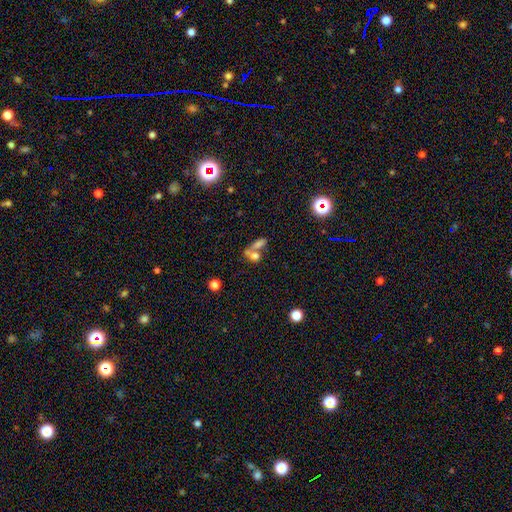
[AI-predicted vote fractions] Morphology: type=smooth (67%); roundness=in between (63%); merging=merger (58%).